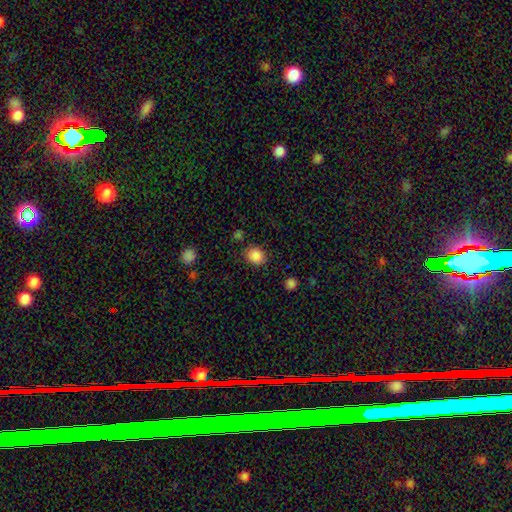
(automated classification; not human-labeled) smooth-or-featured: smooth: 87% | star or artifact: 10% | featured or disk: 4%
  how-rounded: round: 62% | in between: 37% | cigar-shaped: 1%
  merging: none: 84% | minor disturbance: 10% | major disturbance: 3% | merger: 3%